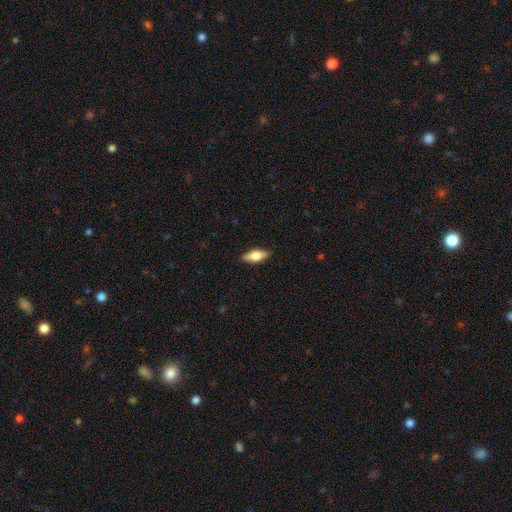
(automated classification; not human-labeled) smooth 57%, featured or disk 36%, star or artifact 6%. Down the decision tree: how rounded — in between (66%); merging — none (88%).